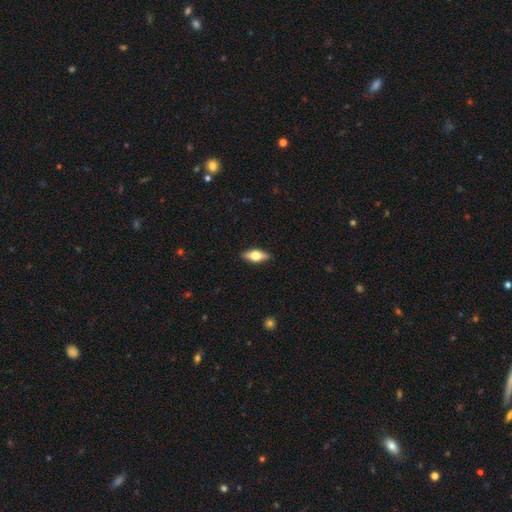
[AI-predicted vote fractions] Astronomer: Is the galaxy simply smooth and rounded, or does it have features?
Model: smooth — 49% (runner-up: featured or disk, 45%).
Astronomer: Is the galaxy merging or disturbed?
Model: none — 88%.